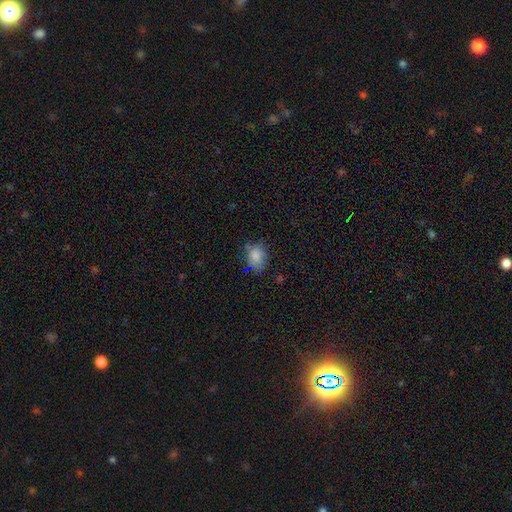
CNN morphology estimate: Overall: smooth (83%). How rounded: in between (61%; round 37%). Merging: none (67%).